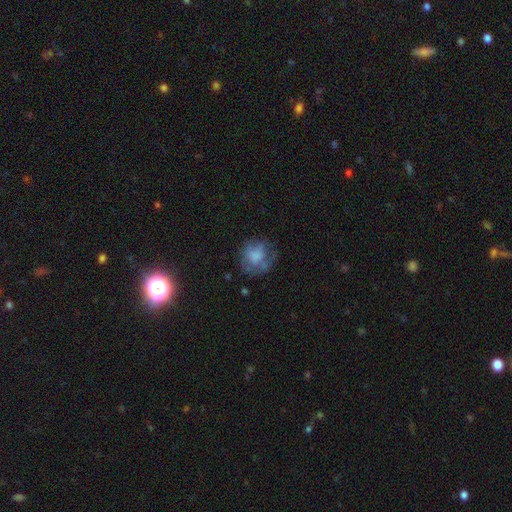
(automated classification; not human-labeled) Smooth or featured?
  - smooth: 60% *
  - featured or disk: 29%
  - star or artifact: 10%
How rounded?
  - round: 76% *
  - in between: 23%
  - cigar-shaped: 1%
Merging?
  - none: 53% *
  - minor disturbance: 24%
  - major disturbance: 21%
  - merger: 2%